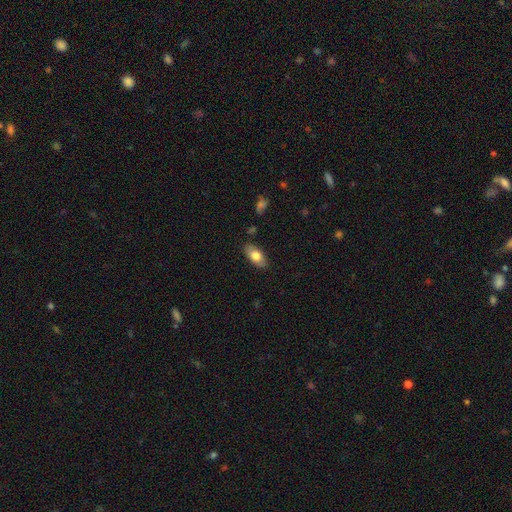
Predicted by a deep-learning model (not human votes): A smooth galaxy with no disk features (76%) that is in between round and cigar-shaped (91%).

Vote fractions:
- Smooth or featured? smooth: 76% / featured or disk: 18% / star or artifact: 6%
- How rounded? in between: 91% / cigar-shaped: 5% / round: 4%
- Merging? none: 85% / minor disturbance: 11% / major disturbance: 2% / merger: 2%